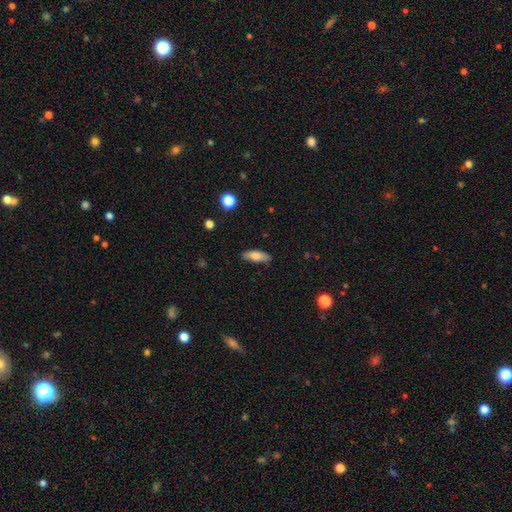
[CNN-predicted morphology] type=smooth (75%); roundness=in between (65%); merging=none (84%).